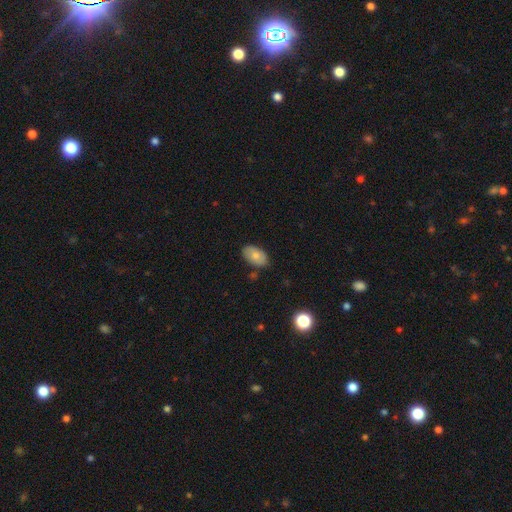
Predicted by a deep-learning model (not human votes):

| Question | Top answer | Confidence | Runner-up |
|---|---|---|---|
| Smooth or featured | smooth | 74% | featured or disk (19%) |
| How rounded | in between | 92% | round (6%) |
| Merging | none | 80% | minor disturbance (15%) |